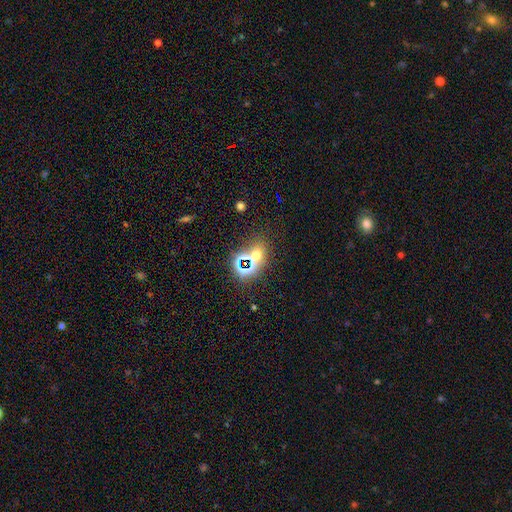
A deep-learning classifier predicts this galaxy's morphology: smooth 45%, star or artifact 43%, featured or disk 11%. Down the decision tree: merging — none (65%).